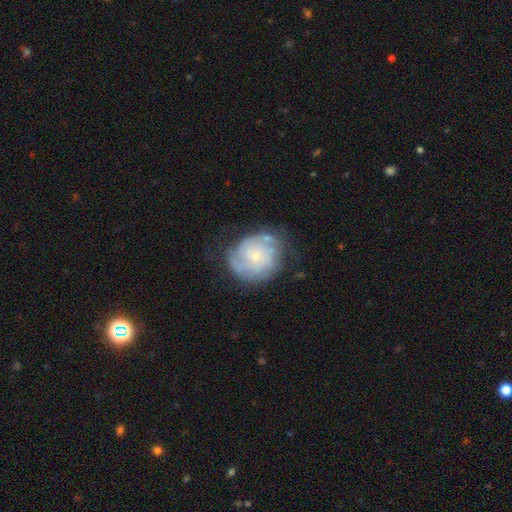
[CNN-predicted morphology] featured or disk 72%, smooth 21%, star or artifact 7%. Down the decision tree: edge-on disk — no (98%); bar — no (79%); spiral arms — yes (88%); spiral arm count — can't tell (40%); spiral winding — tight (62%); bulge size — small (75%); merging — none (63%).